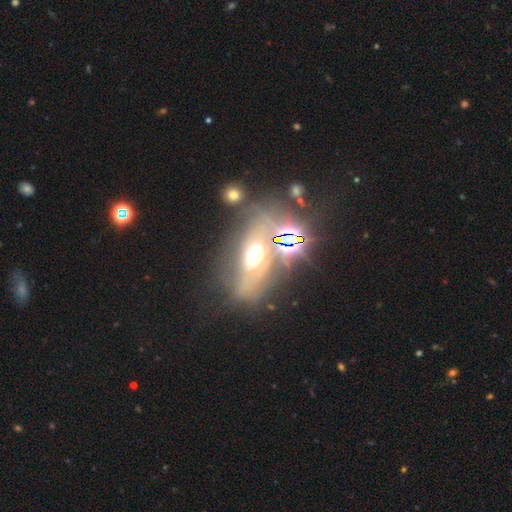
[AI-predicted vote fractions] A featured or disk galaxy (45%). Merging: none (54%).